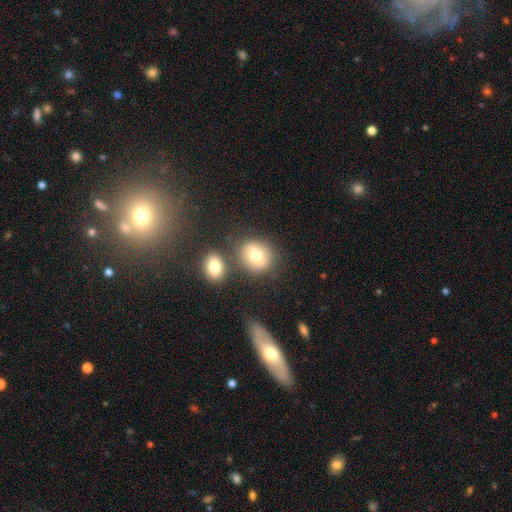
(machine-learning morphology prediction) Overall: smooth (76%). How rounded: round (75%). Merging: none (69%).